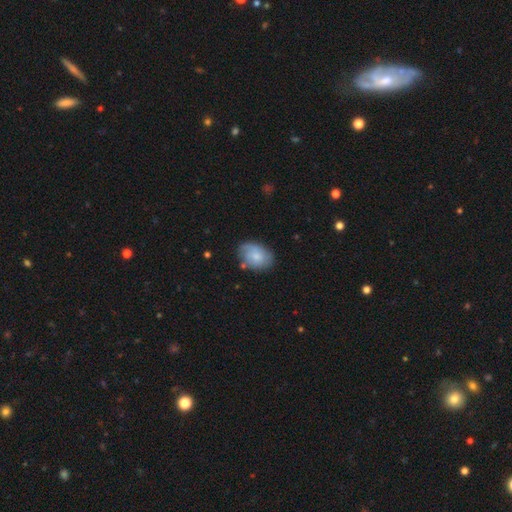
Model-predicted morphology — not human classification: Smooth or featured?
  - smooth: 68% *
  - featured or disk: 25%
  - star or artifact: 7%
How rounded?
  - in between: 79% *
  - round: 20%
  - cigar-shaped: 1%
Merging?
  - none: 64% *
  - minor disturbance: 25%
  - major disturbance: 6%
  - merger: 4%